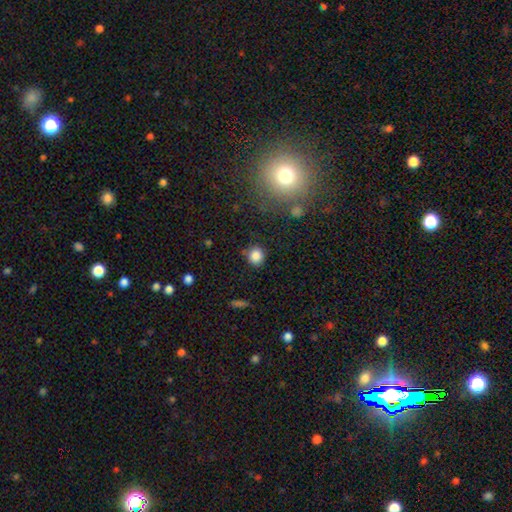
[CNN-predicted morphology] smooth_or_featured: smooth (p=0.85) [alt: star or artifact p=0.11]
how_rounded: round (p=0.86) [alt: in between p=0.13]
merging: none (p=0.83) [alt: minor disturbance p=0.11]